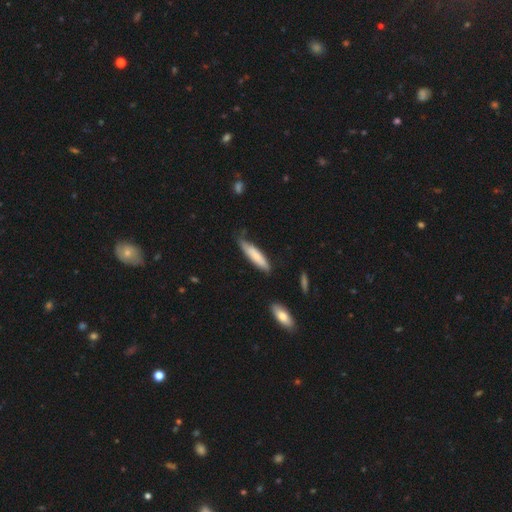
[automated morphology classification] smooth_or_featured: smooth (p=0.73) [alt: featured or disk p=0.21]
how_rounded: cigar-shaped (p=0.76) [alt: in between p=0.23]
merging: none (p=0.59) [alt: minor disturbance p=0.32]